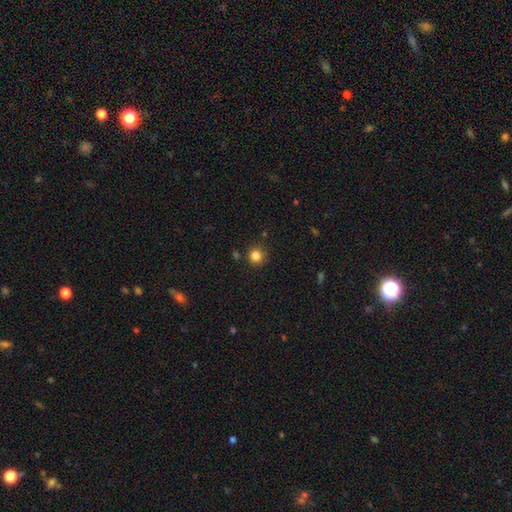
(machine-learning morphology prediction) A smooth galaxy with no disk features (84%) that is round (93%).

Vote fractions:
- Smooth or featured? smooth: 84% / star or artifact: 12% / featured or disk: 5%
- How rounded? round: 93% / in between: 6% / cigar-shaped: 1%
- Merging? none: 86% / minor disturbance: 8% / merger: 3% / major disturbance: 2%